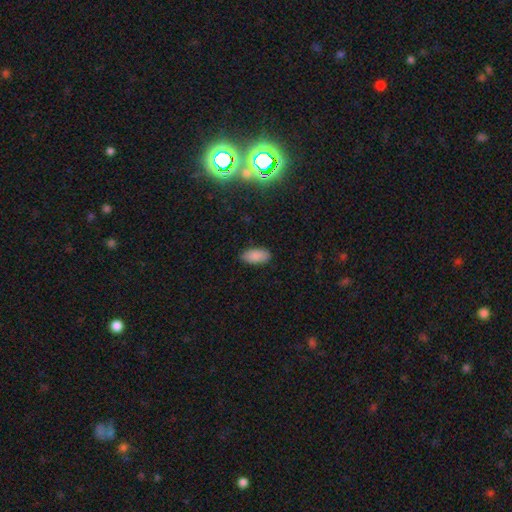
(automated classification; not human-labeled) This appears to be a smooth galaxy with no disk features (88%) that is in between round and cigar-shaped (93%). Merging: none (87%).